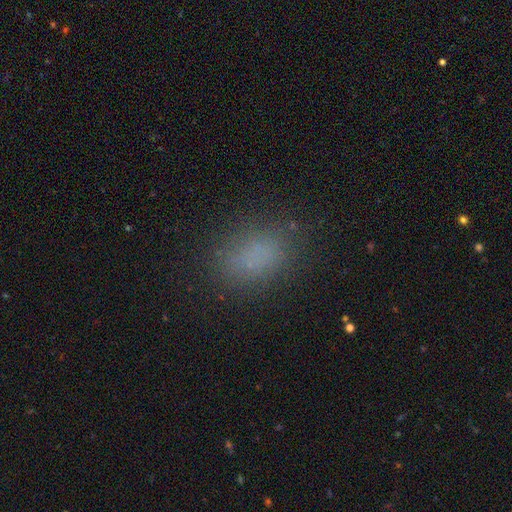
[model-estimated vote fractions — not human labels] A smooth galaxy with no disk features (78%) that is in between round and cigar-shaped (80%).

Vote fractions:
- Smooth or featured? smooth: 78% / star or artifact: 15% / featured or disk: 7%
- How rounded? in between: 80% / round: 18% / cigar-shaped: 2%
- Merging? none: 81% / minor disturbance: 13% / major disturbance: 5% / merger: 1%